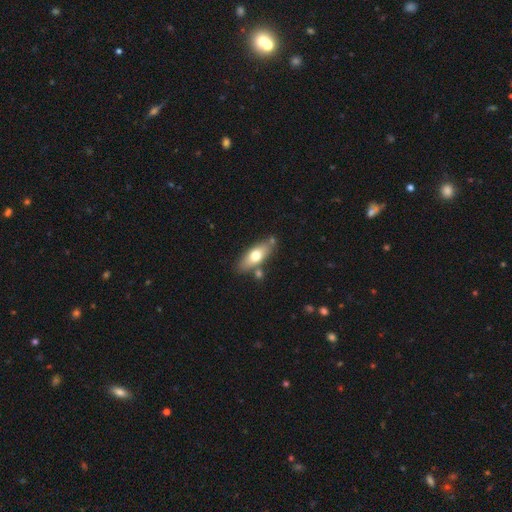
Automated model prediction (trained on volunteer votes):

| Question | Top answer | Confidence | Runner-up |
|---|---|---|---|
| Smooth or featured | smooth | 62% | featured or disk (32%) |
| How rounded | in between | 68% | cigar-shaped (29%) |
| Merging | none | 75% | minor disturbance (13%) |